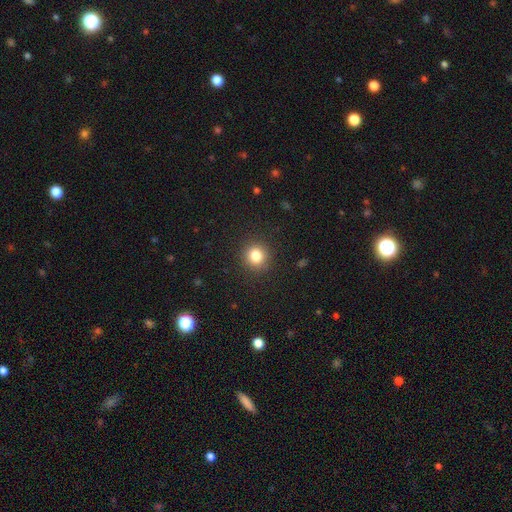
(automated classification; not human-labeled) This is clearly a smooth galaxy (82%). How rounded: clearly round (89%). Merging: clearly none (90%).